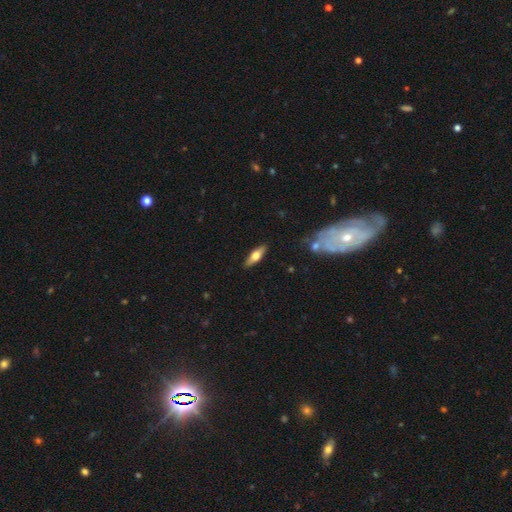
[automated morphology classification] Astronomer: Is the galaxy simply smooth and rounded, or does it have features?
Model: smooth — 54% (runner-up: featured or disk, 39%).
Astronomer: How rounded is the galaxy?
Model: in between — 52% (runner-up: cigar-shaped, 46%).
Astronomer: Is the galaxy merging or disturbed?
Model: none — 87%.